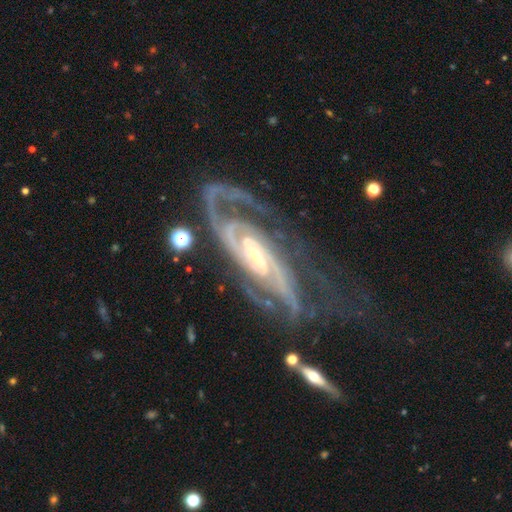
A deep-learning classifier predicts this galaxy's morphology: Q: Smooth or featured?
A: featured or disk (92%); runner-up: star or artifact (5%)
Q: Edge-on disk?
A: no (94%); runner-up: yes (6%)
Q: Bar?
A: no (43%); runner-up: weak (34%)
Q: Spiral arms?
A: yes (98%); runner-up: no (2%)
Q: Spiral winding?
A: tight (57%); runner-up: medium (35%)
Q: Spiral arm count?
A: 2 (49%); runner-up: 3 (18%)
Q: Bulge size?
A: small (63%); runner-up: moderate (30%)
Q: Merging?
A: none (58%); runner-up: major disturbance (20%)